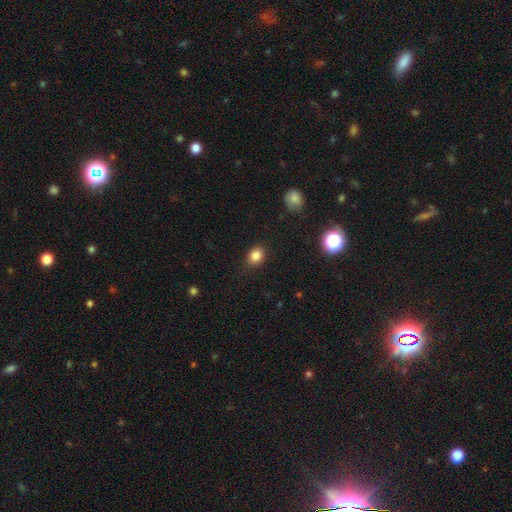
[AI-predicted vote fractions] This appears to be a smooth galaxy with no disk features (83%) that is in between round and cigar-shaped (51%). Merging: none (84%).